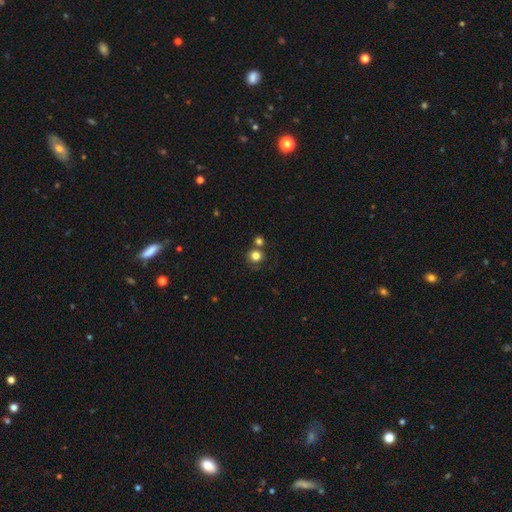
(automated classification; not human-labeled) This appears to be a smooth galaxy with no disk features (80%) that is round (88%). Merging: none (62%).